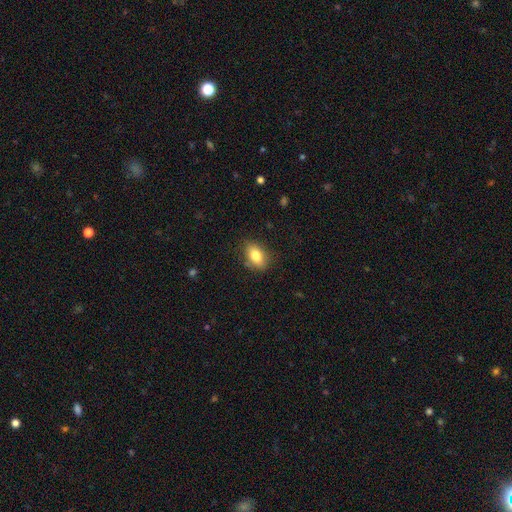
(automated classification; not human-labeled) Smooth or featured: smooth — 81% (featured or disk — 11%)
How rounded: in between — 84% (round — 13%)
Merging: none — 81% (minor disturbance — 14%)